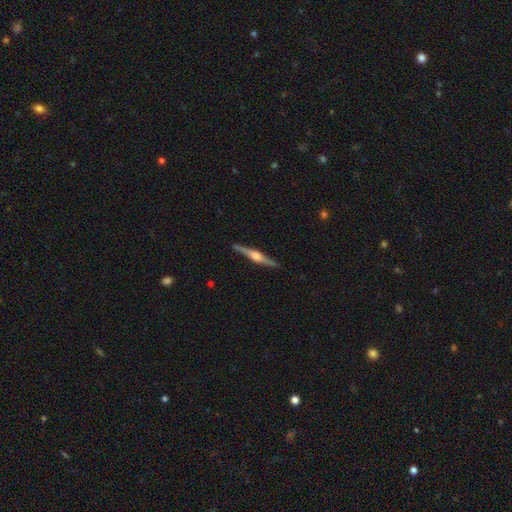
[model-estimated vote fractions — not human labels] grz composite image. It shows a featured or disk galaxy (83%) viewed edge-on (99%) with a rounded central bulge (90%). Merging: none (92%).